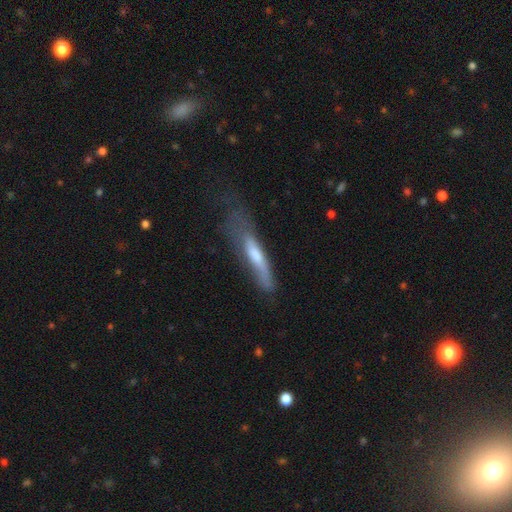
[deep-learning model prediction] A smooth galaxy with no disk features (53%) that is cigar-shaped (86%). Merging: none (40%).